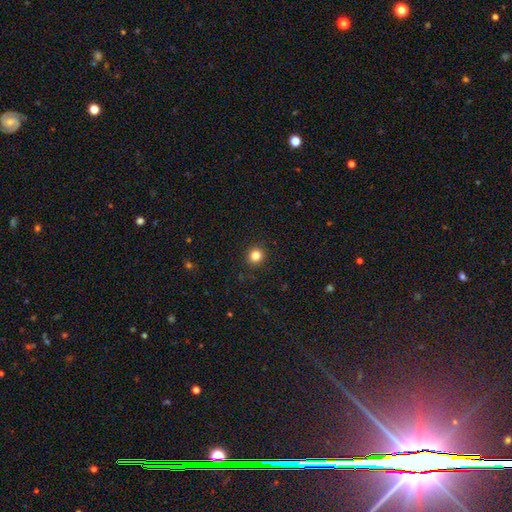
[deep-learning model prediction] smooth-or-featured: smooth: 83% | star or artifact: 12% | featured or disk: 5%
  how-rounded: round: 91% | in between: 8% | cigar-shaped: 1%
  merging: none: 92% | minor disturbance: 5% | major disturbance: 2% | merger: 1%